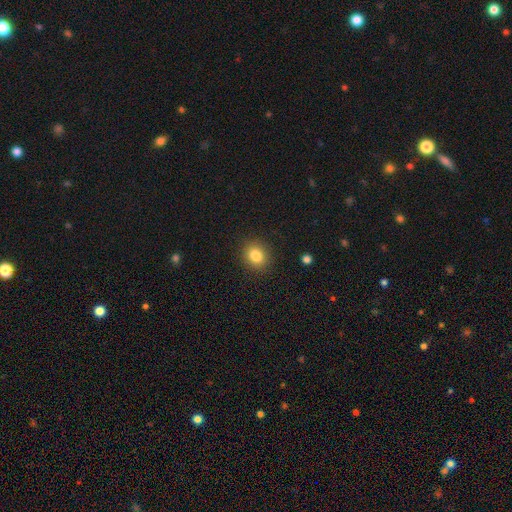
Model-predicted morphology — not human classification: A smooth galaxy with no disk features (83%) that is round (70%). Merging: none (89%).